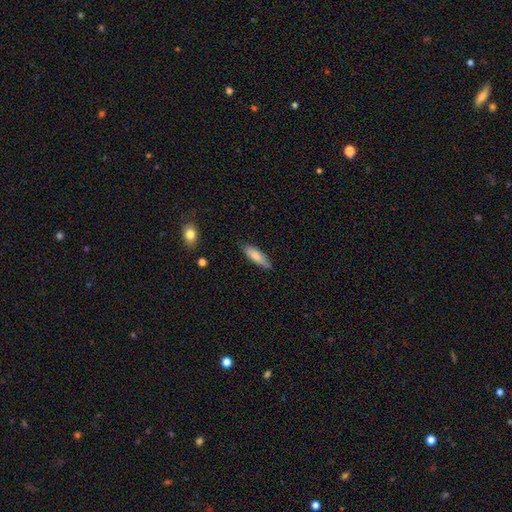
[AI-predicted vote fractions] smooth_or_featured: smooth (p=0.80) [alt: featured or disk p=0.15]
how_rounded: cigar-shaped (p=0.59) [alt: in between p=0.40]
merging: none (p=0.82) [alt: minor disturbance p=0.14]